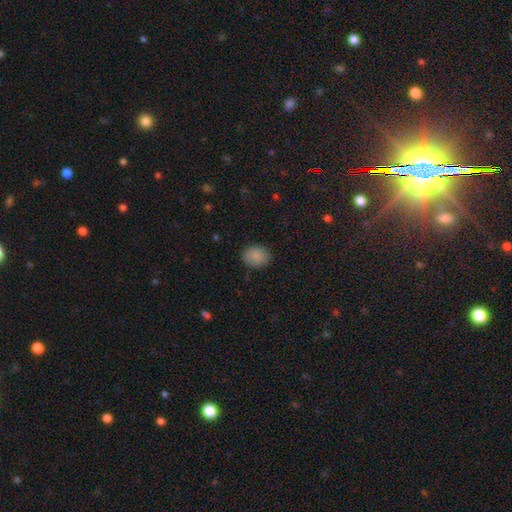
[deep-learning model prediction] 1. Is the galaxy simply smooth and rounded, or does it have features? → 86% smooth, 8% star or artifact, 5% featured or disk.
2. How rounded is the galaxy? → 51% round, 48% in between, 1% cigar-shaped.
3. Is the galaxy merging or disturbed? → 86% none, 10% minor disturbance, 3% major disturbance, 1% merger.